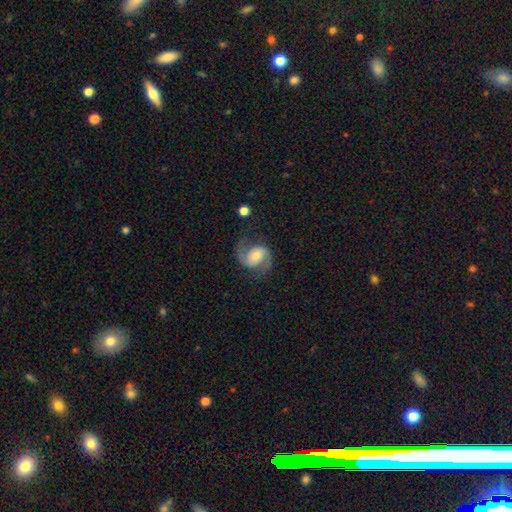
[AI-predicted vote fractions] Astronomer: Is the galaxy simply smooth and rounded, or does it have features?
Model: featured or disk — 80%.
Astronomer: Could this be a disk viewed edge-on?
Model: no — 98%.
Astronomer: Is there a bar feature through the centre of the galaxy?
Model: no — 46% (runner-up: weak, 39%).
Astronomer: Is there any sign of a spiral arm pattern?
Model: yes — 95%.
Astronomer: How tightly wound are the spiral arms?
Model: medium — 49% (runner-up: loose, 37%).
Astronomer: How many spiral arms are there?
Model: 2 — 90%.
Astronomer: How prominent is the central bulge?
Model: moderate — 52% (runner-up: small, 34%).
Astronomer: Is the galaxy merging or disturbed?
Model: none — 69%.